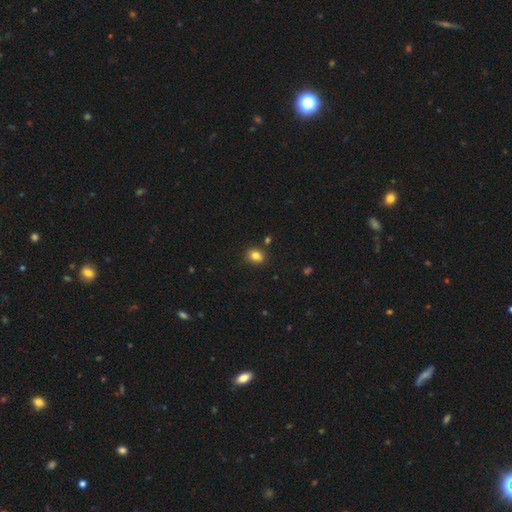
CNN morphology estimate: smooth 83%, star or artifact 11%, featured or disk 6%. Down the decision tree: how rounded — round (50%); merging — none (83%).